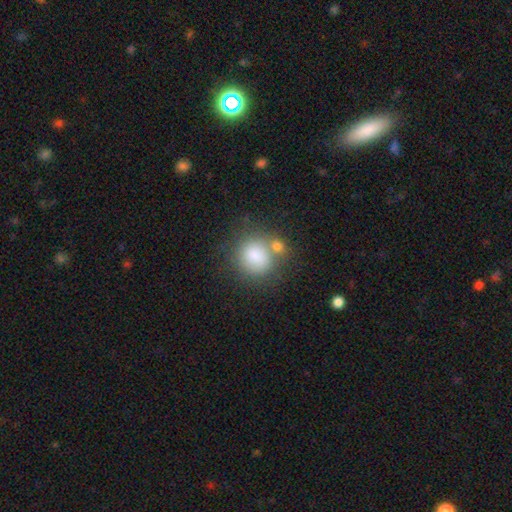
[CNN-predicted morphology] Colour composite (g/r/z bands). It shows a smooth galaxy with no disk features (81%) that is round (83%). Merging: none (51%).